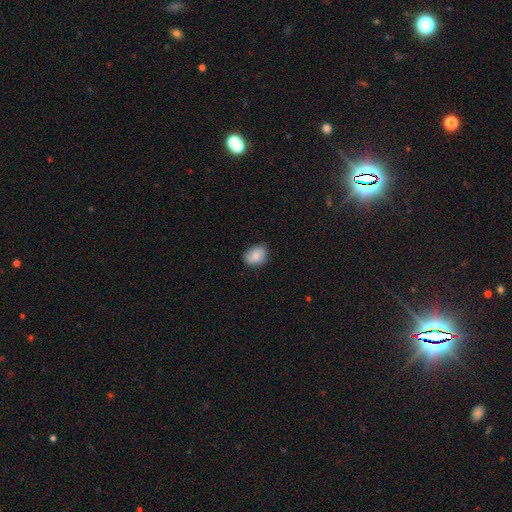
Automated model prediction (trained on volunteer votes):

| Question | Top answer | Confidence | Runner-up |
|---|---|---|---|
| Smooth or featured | smooth | 78% | featured or disk (14%) |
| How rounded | in between | 57% | round (42%) |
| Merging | none | 76% | minor disturbance (19%) |